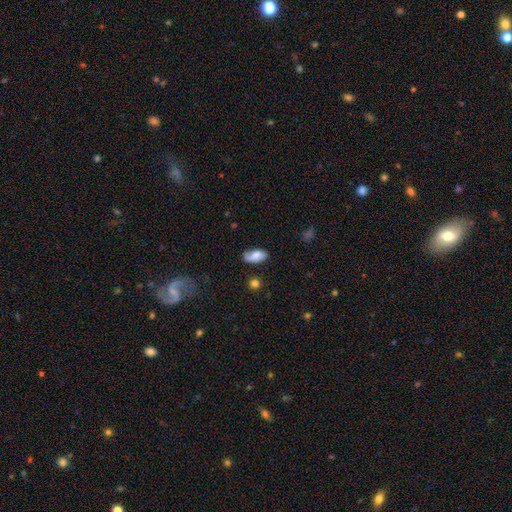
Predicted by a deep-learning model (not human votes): smooth-or-featured: smooth: 72% | featured or disk: 21% | star or artifact: 7%
  how-rounded: in between: 91% | cigar-shaped: 6% | round: 4%
  merging: none: 63% | minor disturbance: 26% | major disturbance: 8% | merger: 3%